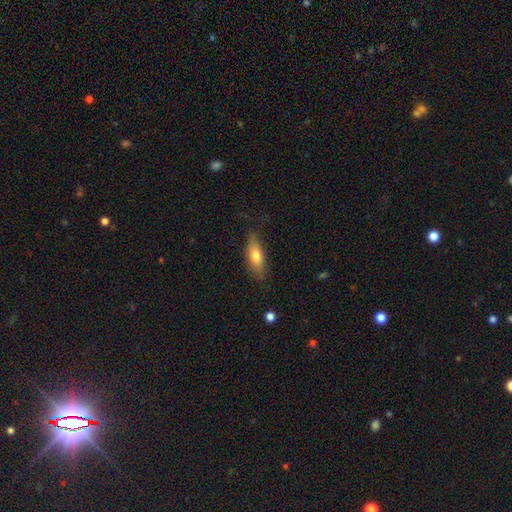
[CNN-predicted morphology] The model was most divided on "how rounded": in between: 65%, cigar-shaped: 32%, round: 3%. More confident: merging — none (73%); smooth or featured — smooth (71%).